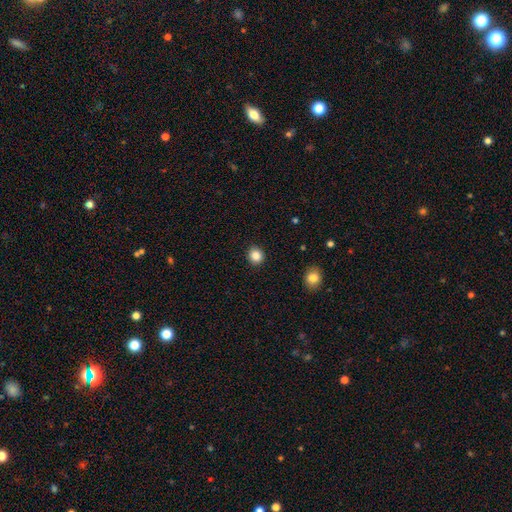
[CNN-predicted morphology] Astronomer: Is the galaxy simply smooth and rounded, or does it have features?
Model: smooth — 87%.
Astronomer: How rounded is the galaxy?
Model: round — 85%.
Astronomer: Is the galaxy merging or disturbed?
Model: none — 91%.